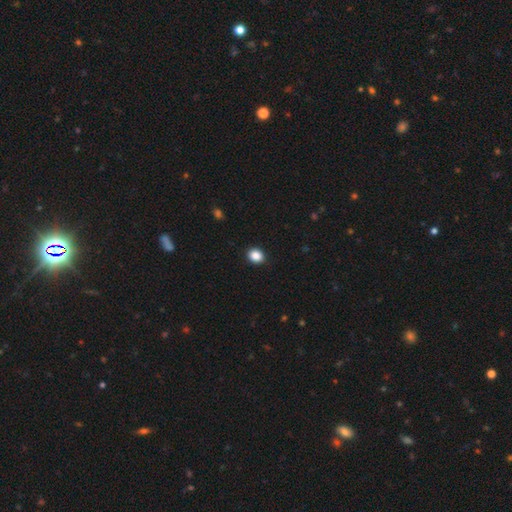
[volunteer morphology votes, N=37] Q: Smooth or featured?
A: smooth (92%); runner-up: star or artifact (5%)
Q: How rounded?
A: round (62%); runner-up: in between (38%)
Q: Merging?
A: none (83%); runner-up: major disturbance (9%)